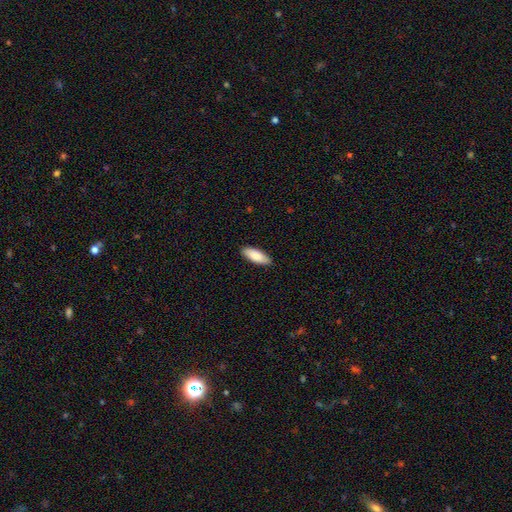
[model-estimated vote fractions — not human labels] Overall: smooth (88%). How rounded: in between (71%). Merging: none (88%).